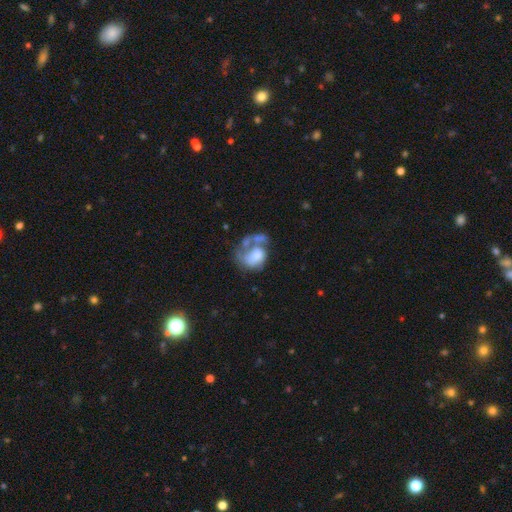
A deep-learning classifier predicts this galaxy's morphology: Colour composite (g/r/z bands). It shows a featured or disk galaxy (55%) with no bar (79%), no spiral arms (51%) and a moderate central bulge (39%). Merging: major disturbance (37%).